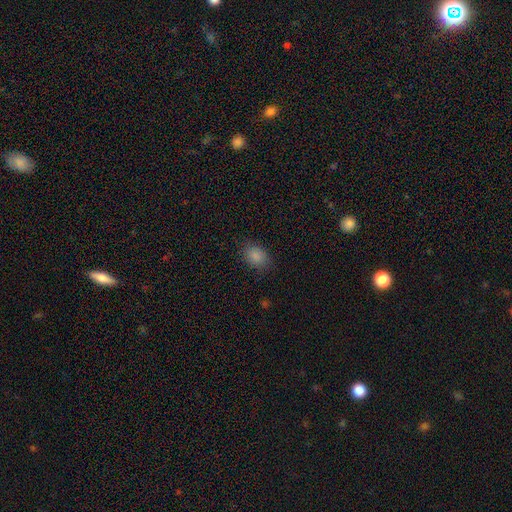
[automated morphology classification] This is clearly a smooth galaxy (86%). How rounded: likely in between (71%). Merging: clearly none (81%).